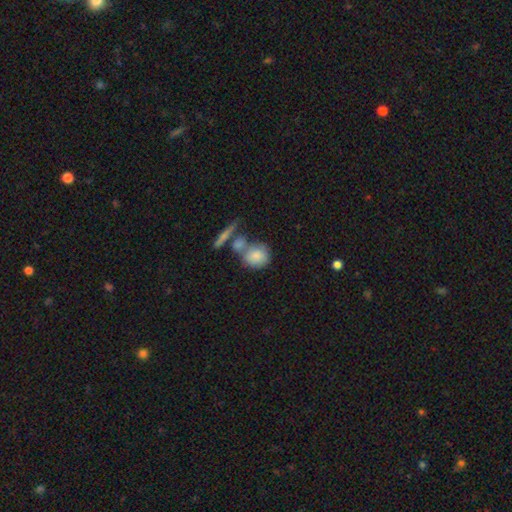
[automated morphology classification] This appears to be a smooth galaxy with no disk features (79%) that is round (64%). Merging: none (42%).